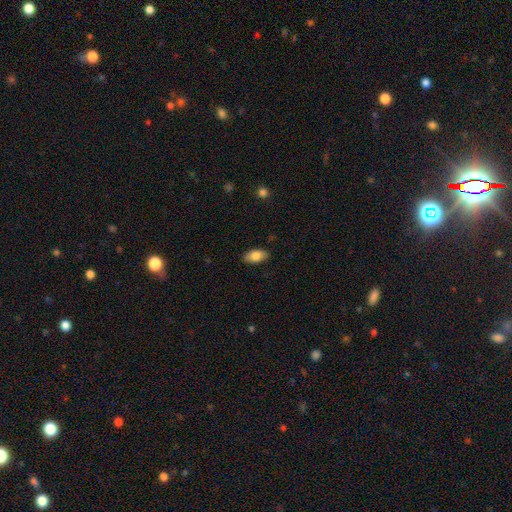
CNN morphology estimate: Smooth or featured?
  - smooth: 83% *
  - featured or disk: 10%
  - star or artifact: 7%
How rounded?
  - in between: 92% *
  - round: 4%
  - cigar-shaped: 4%
Merging?
  - none: 88% *
  - minor disturbance: 9%
  - major disturbance: 2%
  - merger: 1%